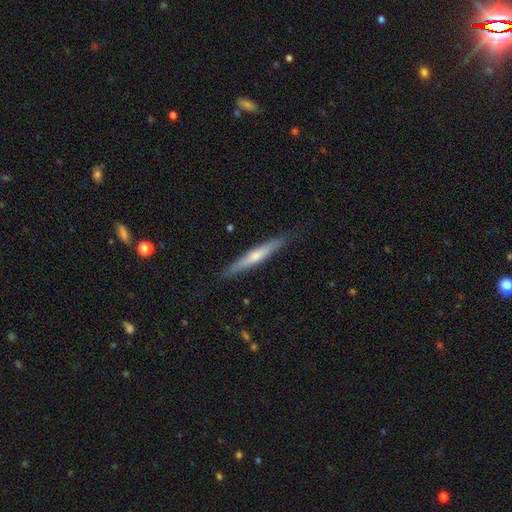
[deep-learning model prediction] Overall: featured or disk (56%; smooth 38%). Edge-on disk: yes (96%). Edge-on bulge: rounded (69%). Merging: none (87%).